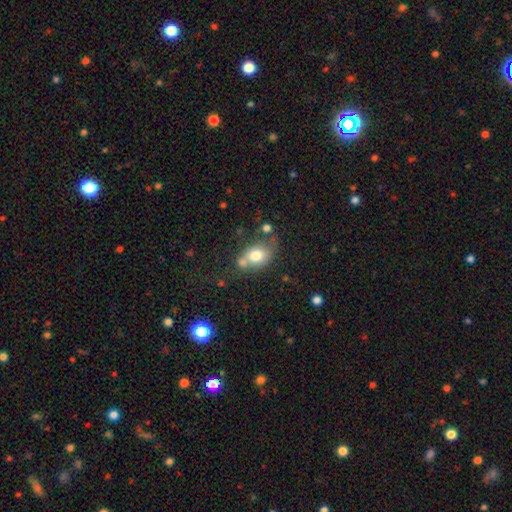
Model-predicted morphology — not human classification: type=smooth (74%); roundness=in between (65%); merging=none (46%).